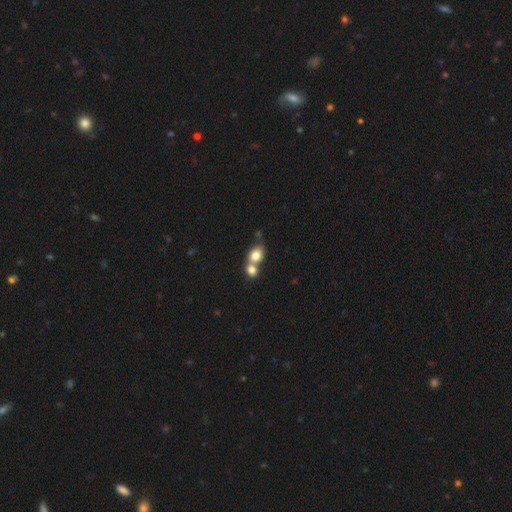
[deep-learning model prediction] This appears to be a smooth galaxy with no disk features (79%) that is round (51%). Merging: merger (64%).